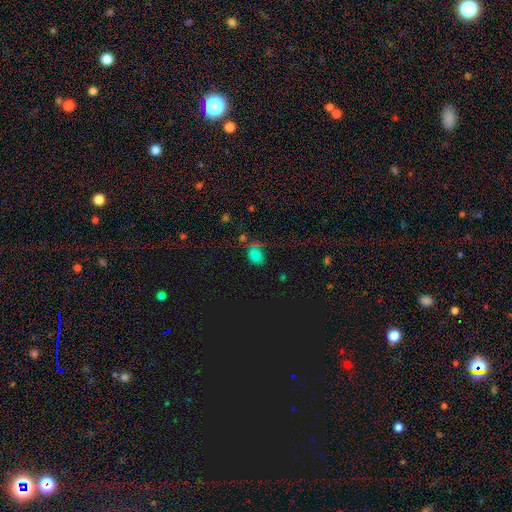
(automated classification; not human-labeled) A smooth galaxy with no disk features (54%) that is in between round and cigar-shaped (74%). Merging: none (56%).